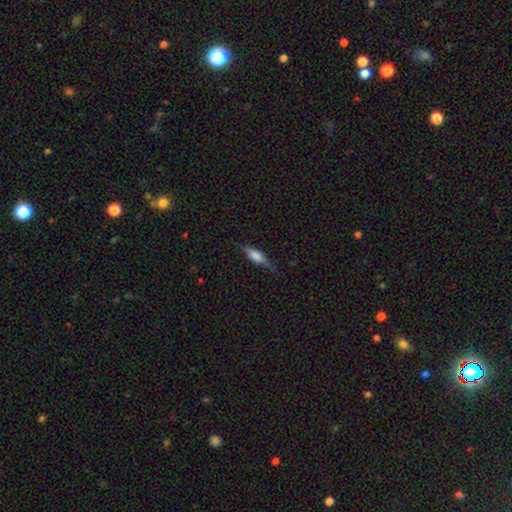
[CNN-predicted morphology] type=smooth (61%); roundness=cigar-shaped (53%); merging=none (74%).